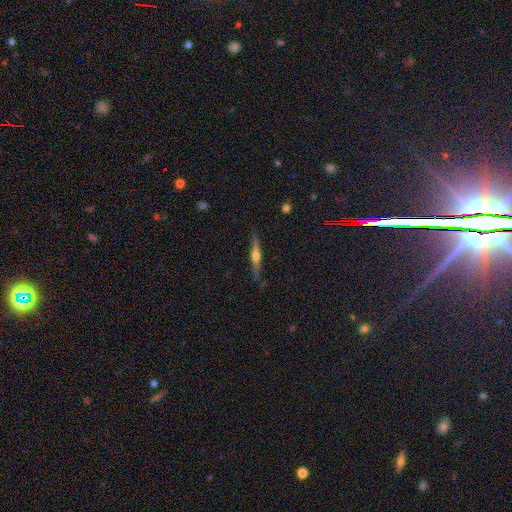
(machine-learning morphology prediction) A featured or disk galaxy (71%) viewed edge-on (97%) with a rounded central bulge (92%).

Vote fractions:
- Smooth or featured? featured or disk: 71% / smooth: 22% / star or artifact: 7%
- Edge-on disk? yes: 97% / no: 3%
- Edge-on bulge? rounded: 92% / none: 4% / boxy: 4%
- Merging? none: 86% / minor disturbance: 11% / major disturbance: 2% / merger: 1%